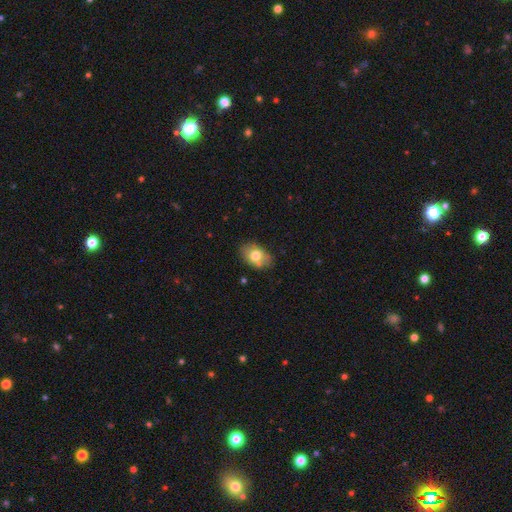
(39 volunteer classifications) Morphology: type=smooth (69%); roundness=in between (89%); merging=none (83%).